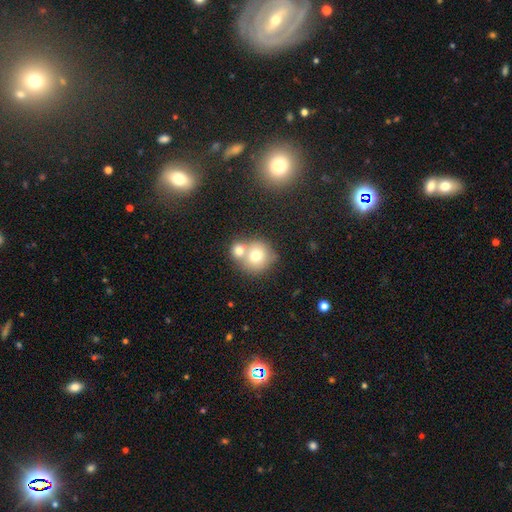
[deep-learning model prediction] Smooth or featured: smooth — 71% (featured or disk — 19%)
How rounded: round — 85% (in between — 14%)
Merging: merger — 52% (none — 38%)